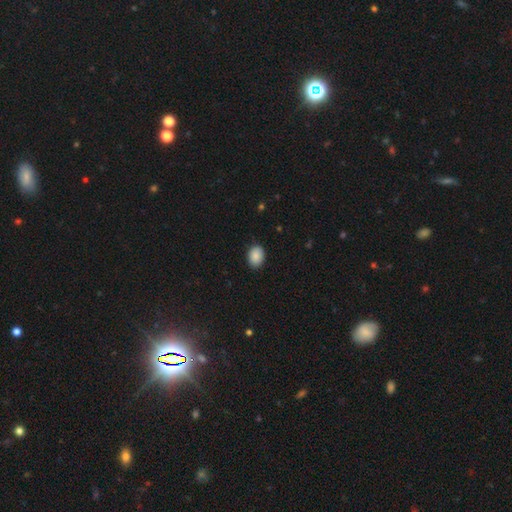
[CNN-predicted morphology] Smooth or featured? smooth (89%)
How rounded? in between (75%)
Merging? none (88%)